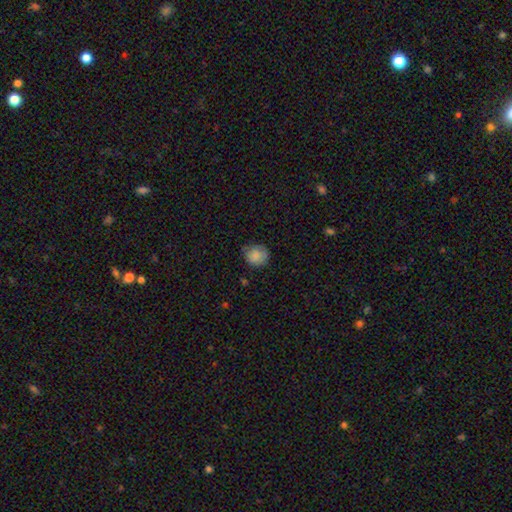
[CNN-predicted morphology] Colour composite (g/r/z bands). It shows a smooth galaxy with no disk features (82%) that is round (80%). Merging: none (70%).